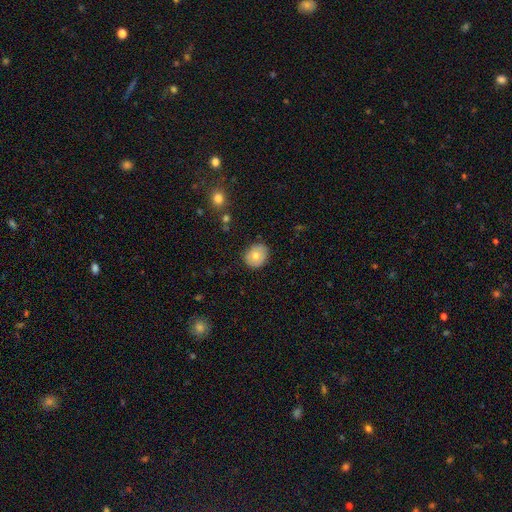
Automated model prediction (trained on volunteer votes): Smooth or featured?
  - smooth: 72% *
  - featured or disk: 20%
  - star or artifact: 8%
How rounded?
  - round: 67% *
  - in between: 32%
  - cigar-shaped: 1%
Merging?
  - none: 84% *
  - minor disturbance: 12%
  - major disturbance: 2%
  - merger: 1%